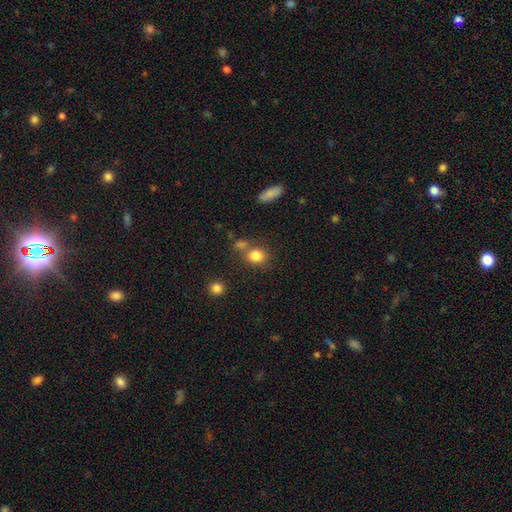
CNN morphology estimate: Smooth or featured?
  - smooth: 82% *
  - star or artifact: 11%
  - featured or disk: 6%
How rounded?
  - round: 73% *
  - in between: 26%
  - cigar-shaped: 1%
Merging?
  - none: 62% *
  - merger: 21%
  - minor disturbance: 12%
  - major disturbance: 5%